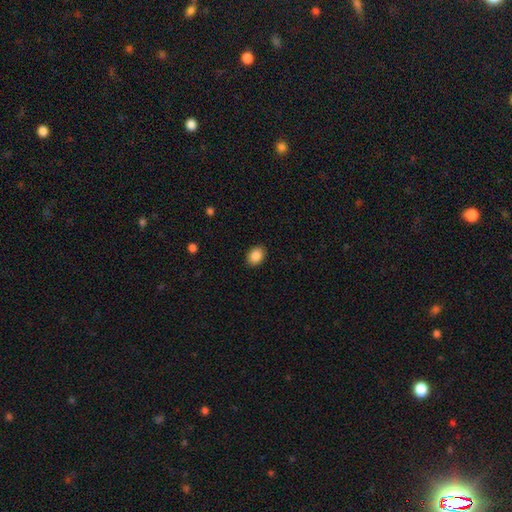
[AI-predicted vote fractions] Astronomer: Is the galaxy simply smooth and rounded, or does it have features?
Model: smooth — 87%.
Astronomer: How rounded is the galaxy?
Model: in between — 70%.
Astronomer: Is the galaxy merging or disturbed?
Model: none — 90%.